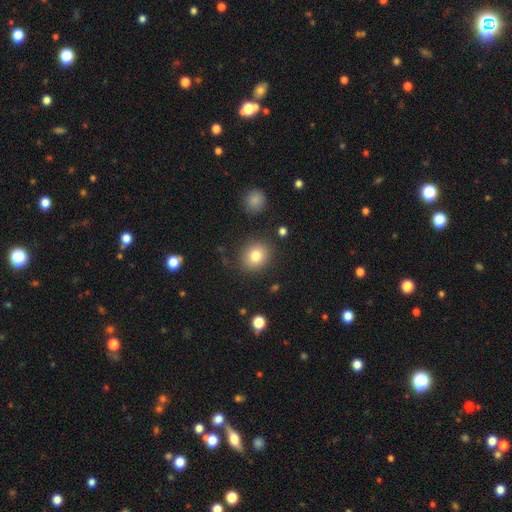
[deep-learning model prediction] This appears to be a smooth galaxy with no disk features (81%) that is round (75%). Merging: none (86%).